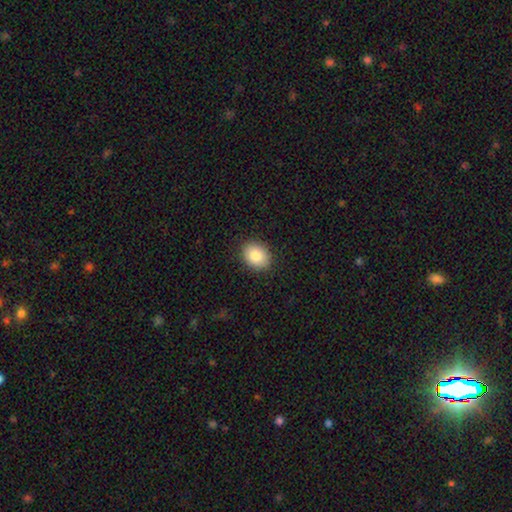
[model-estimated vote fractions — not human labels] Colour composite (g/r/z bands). It shows a smooth galaxy with no disk features (84%) that is in between round and cigar-shaped (51%). Merging: none (89%).